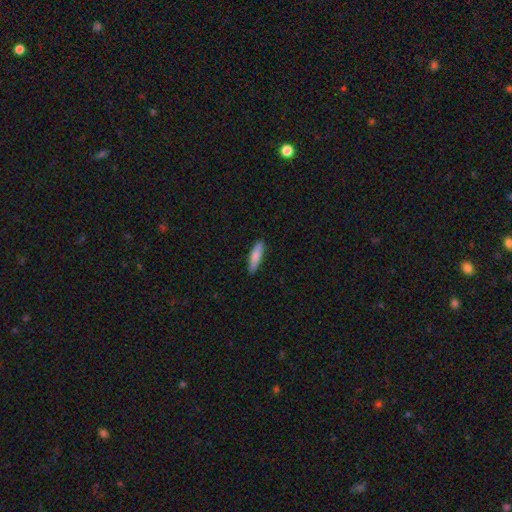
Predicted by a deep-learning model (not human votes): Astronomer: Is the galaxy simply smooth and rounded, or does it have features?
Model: smooth — 83%.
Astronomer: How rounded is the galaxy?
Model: cigar-shaped — 71%.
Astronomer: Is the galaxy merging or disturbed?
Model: none — 87%.